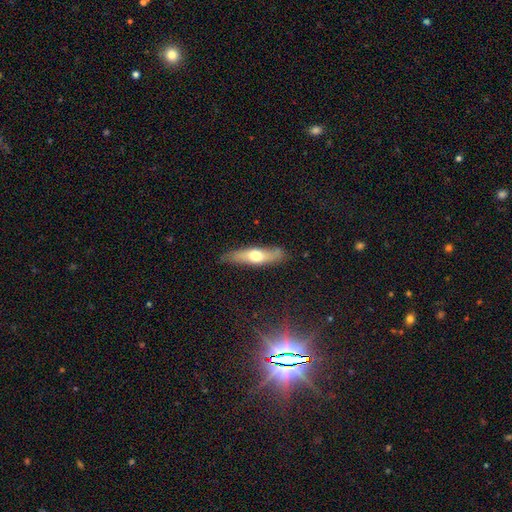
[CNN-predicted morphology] smooth 49%, featured or disk 45%, star or artifact 6%. Down the decision tree: merging — none (79%).